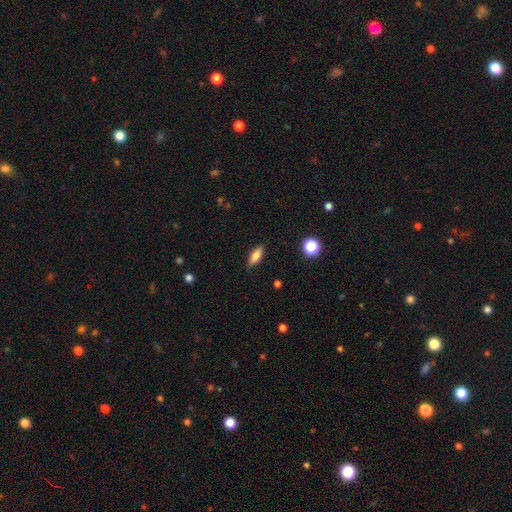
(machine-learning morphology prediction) Smooth or featured: smooth — 75% (featured or disk — 17%)
How rounded: in between — 67% (cigar-shaped — 30%)
Merging: none — 87% (minor disturbance — 10%)